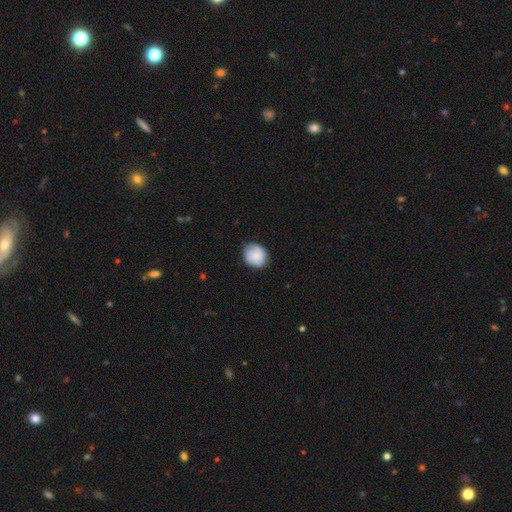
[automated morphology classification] Q: Smooth or featured?
A: smooth (78%); runner-up: featured or disk (15%)
Q: How rounded?
A: round (68%); runner-up: in between (31%)
Q: Merging?
A: none (75%); runner-up: minor disturbance (20%)